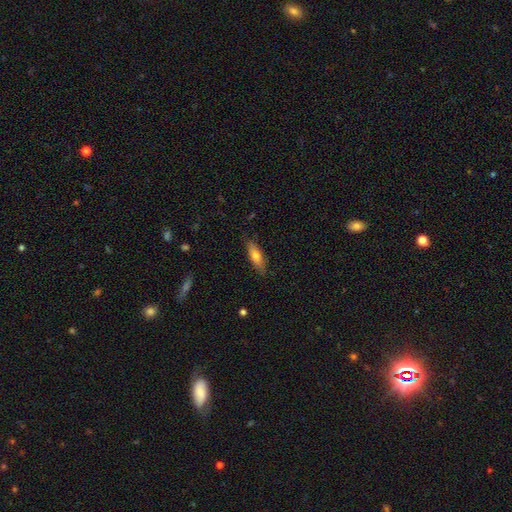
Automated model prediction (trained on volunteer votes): Morphology: type=smooth (68%); roundness=cigar-shaped (50%); merging=none (85%).